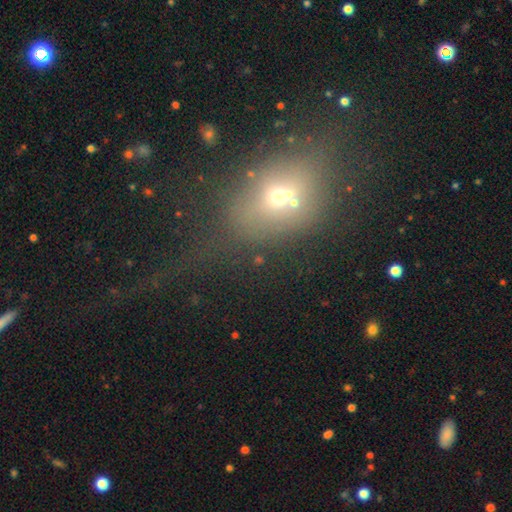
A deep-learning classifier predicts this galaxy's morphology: Smooth or featured? Predicted: smooth (p=0.50). How rounded? Predicted: in between (p=0.59). Merging? Predicted: none (p=0.45).